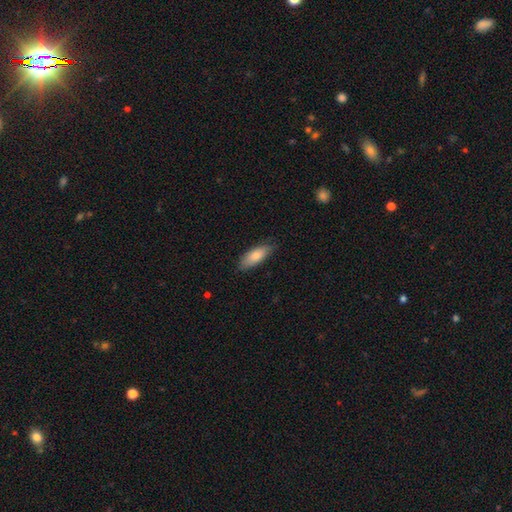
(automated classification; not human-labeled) smooth 80%, featured or disk 14%, star or artifact 6%. Down the decision tree: how rounded — in between (71%); merging — none (81%).